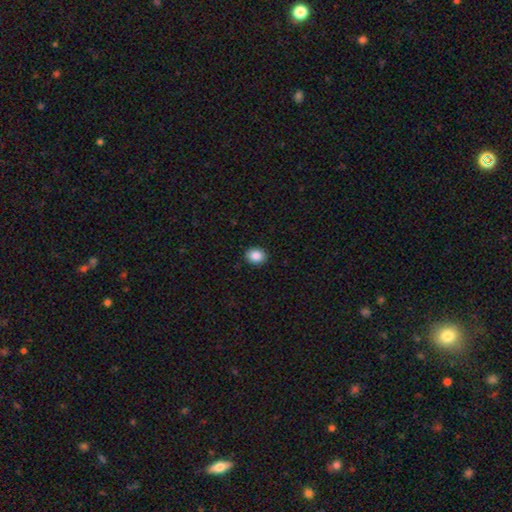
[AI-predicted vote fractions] smooth-or-featured: smooth: 88% | star or artifact: 8% | featured or disk: 4%
  how-rounded: round: 54% | in between: 45% | cigar-shaped: 1%
  merging: none: 90% | minor disturbance: 7% | major disturbance: 2% | merger: 1%